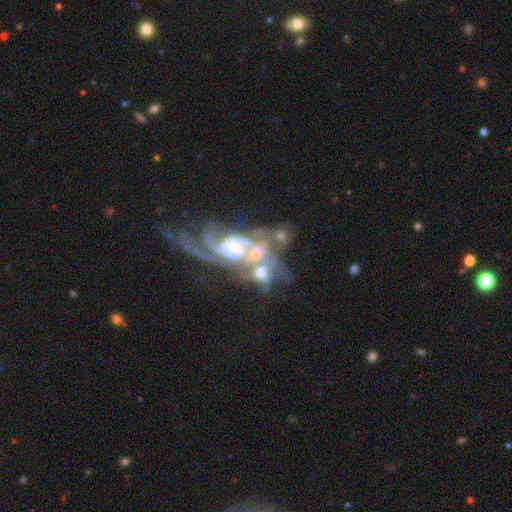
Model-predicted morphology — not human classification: Smooth or featured? Predicted: featured or disk (p=0.87). Edge-on disk? Predicted: no (p=0.96). Bar? Predicted: no (p=0.60). Spiral arms? Predicted: yes (p=0.95). Spiral winding? Predicted: medium (p=0.42, tied with tight). Spiral arm count? Predicted: 2 (p=0.50). Bulge size? Predicted: small (p=0.45). Merging? Predicted: merger (p=0.62).